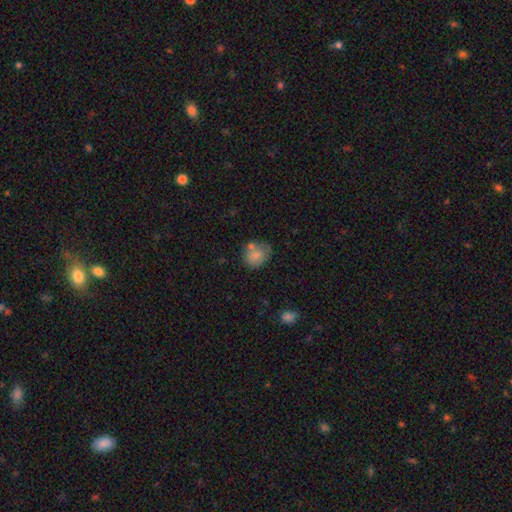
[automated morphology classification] smooth 79%, featured or disk 12%, star or artifact 9%. Down the decision tree: how rounded — round (63%); merging — none (56%).